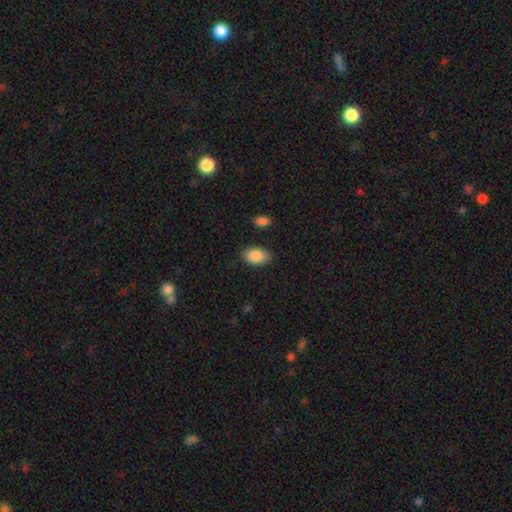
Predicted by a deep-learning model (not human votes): This appears to be a smooth galaxy with no disk features (88%) that is in between round and cigar-shaped (91%). Merging: none (83%).